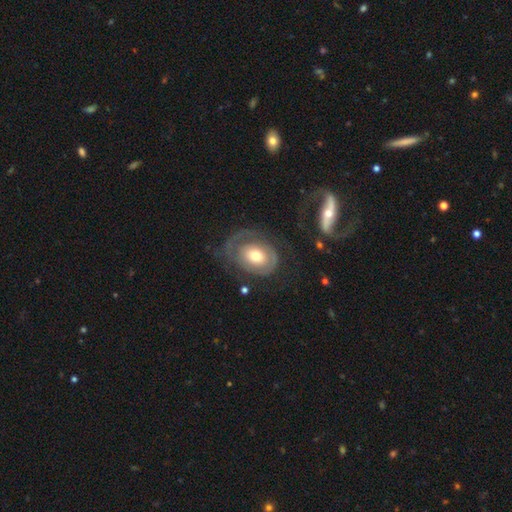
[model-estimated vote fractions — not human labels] Smooth or featured: featured or disk — 61% (smooth — 32%)
Edge-on disk: no — 95% (yes — 5%)
Bar: no — 81% (weak — 15%)
Spiral arms: yes — 61% (no — 39%)
Bulge size: moderate — 62% (small — 19%)
Merging: none — 52% (major disturbance — 26%)